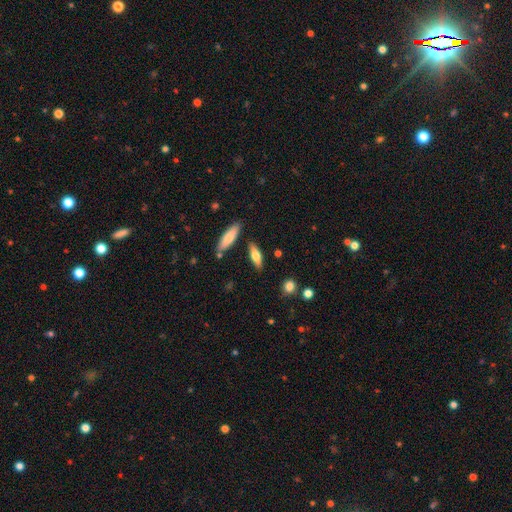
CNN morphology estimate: Smooth or featured: smooth — 61% (featured or disk — 32%)
How rounded: cigar-shaped — 49% (in between — 48%)
Merging: none — 81% (minor disturbance — 10%)